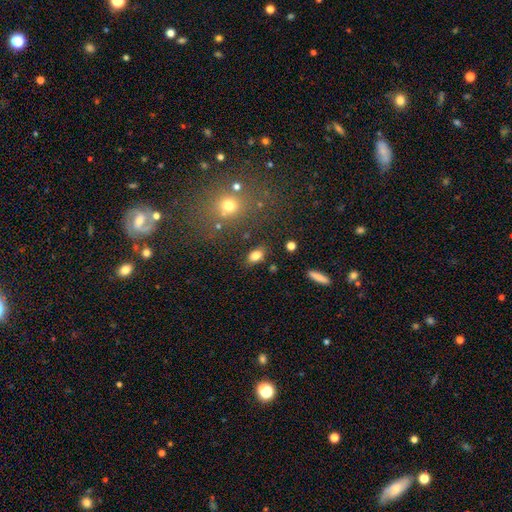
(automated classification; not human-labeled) Overall: smooth (81%). How rounded: in between (85%). Merging: none (80%).